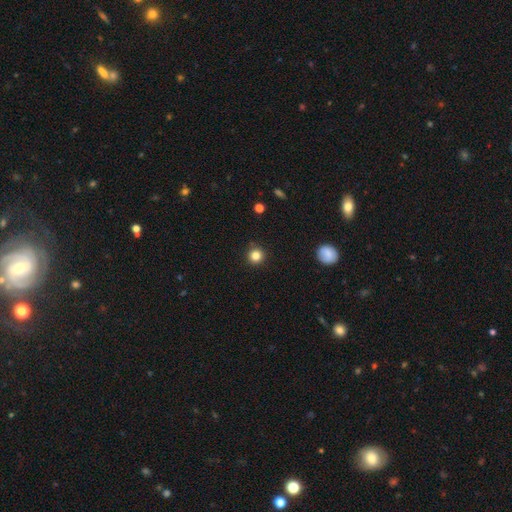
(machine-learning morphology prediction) A smooth galaxy with no disk features (83%) that is round (95%).

Vote fractions:
- Smooth or featured? smooth: 83% / star or artifact: 12% / featured or disk: 4%
- How rounded? round: 95% / in between: 4% / cigar-shaped: 1%
- Merging? none: 90% / minor disturbance: 6% / major disturbance: 2% / merger: 1%